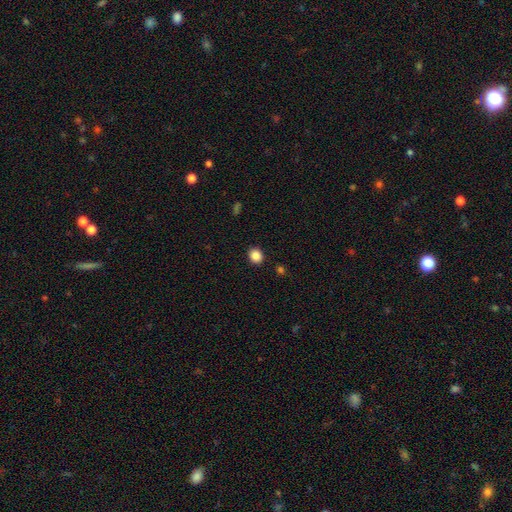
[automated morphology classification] smooth-or-featured: smooth: 87% | star or artifact: 9% | featured or disk: 4%
  how-rounded: round: 66% | in between: 33% | cigar-shaped: 1%
  merging: none: 90% | minor disturbance: 6% | major disturbance: 2% | merger: 1%